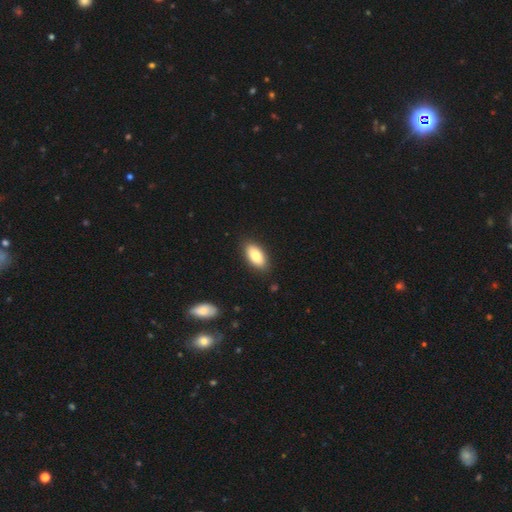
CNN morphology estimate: A smooth galaxy with no disk features (80%) that is in between round and cigar-shaped (92%). Merging: none (87%).